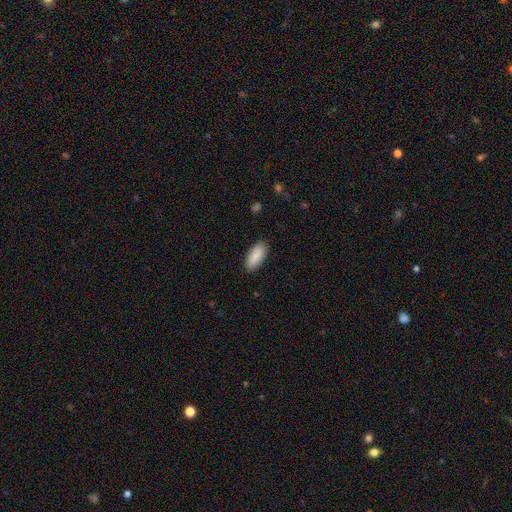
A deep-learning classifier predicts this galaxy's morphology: Smooth or featured? smooth (89%)
How rounded? in between (87%)
Merging? none (87%)